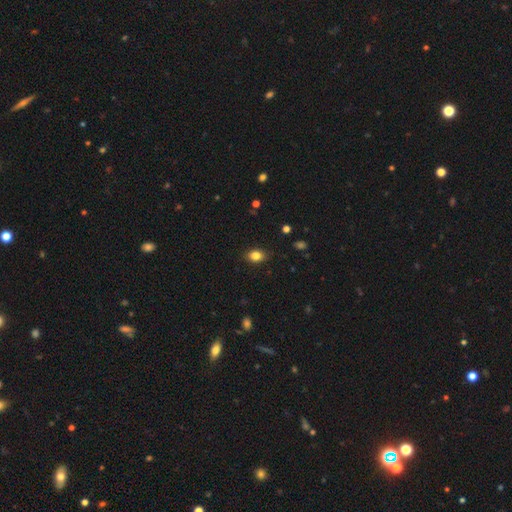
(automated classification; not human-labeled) This appears to be a smooth galaxy with no disk features (83%) that is in between round and cigar-shaped (74%). Merging: none (85%).